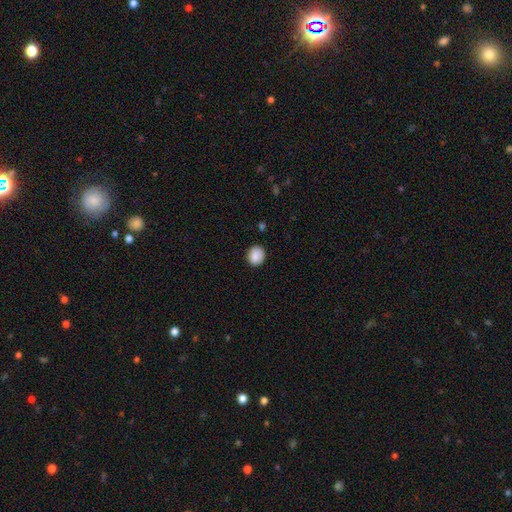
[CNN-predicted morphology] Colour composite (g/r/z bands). It shows a smooth galaxy with no disk features (86%) that is round (70%). Merging: none (87%).